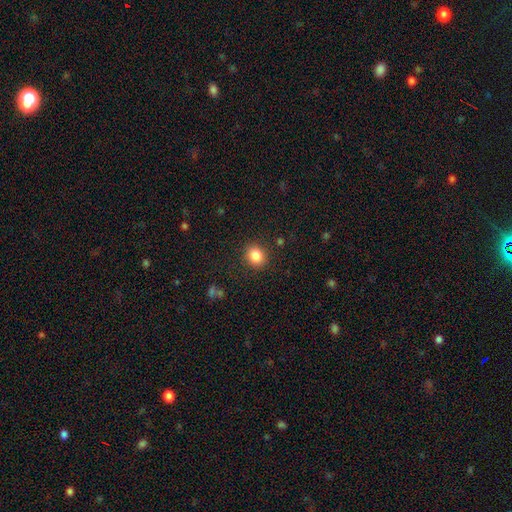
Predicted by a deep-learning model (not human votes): smooth-or-featured: smooth: 86% | star or artifact: 10% | featured or disk: 5%
  how-rounded: round: 72% | in between: 27% | cigar-shaped: 1%
  merging: none: 88% | minor disturbance: 8% | major disturbance: 3% | merger: 1%